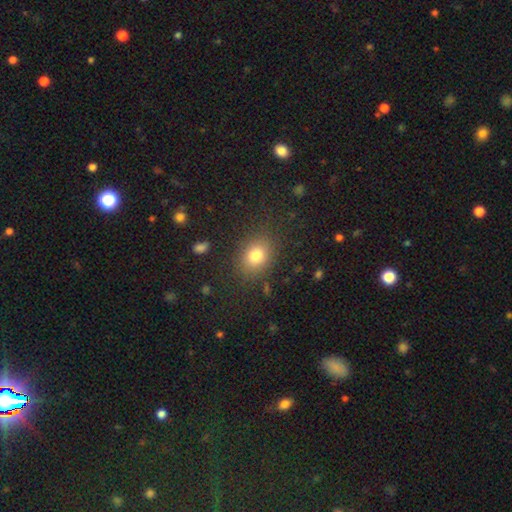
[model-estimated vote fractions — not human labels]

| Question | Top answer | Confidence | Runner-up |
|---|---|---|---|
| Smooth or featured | smooth | 79% | star or artifact (12%) |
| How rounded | in between | 55% | round (43%) |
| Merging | none | 83% | minor disturbance (11%) |